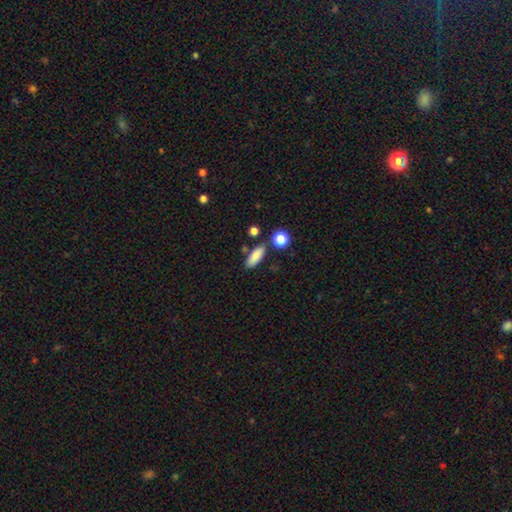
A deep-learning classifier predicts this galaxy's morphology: smooth 85%, star or artifact 8%, featured or disk 7%. Down the decision tree: how rounded — in between (65%); merging — none (79%).